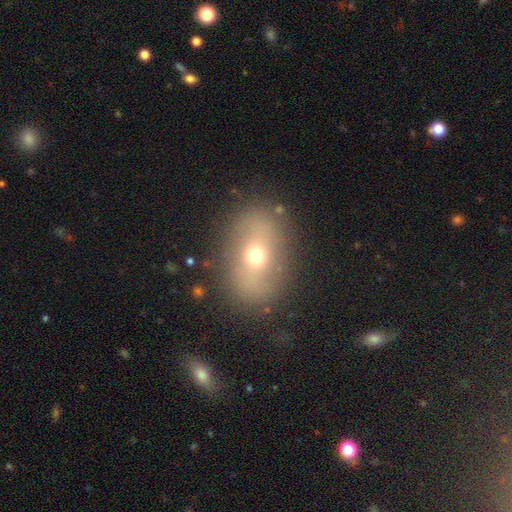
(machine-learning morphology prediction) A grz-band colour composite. It shows a smooth galaxy with no disk features (50%) that is in between round and cigar-shaped (73%). Merging: none (81%).